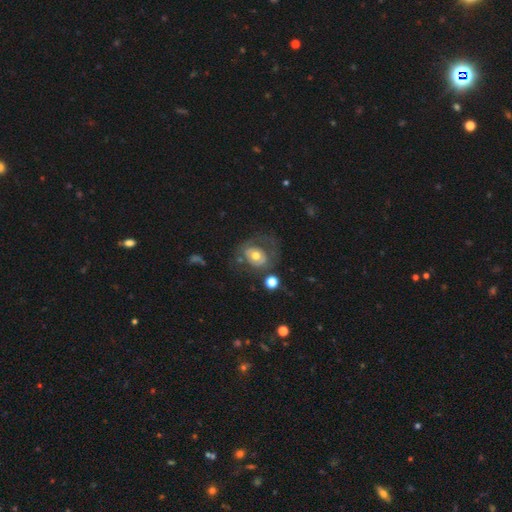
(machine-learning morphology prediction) This appears to be a featured or disk galaxy (51%). Merging: none (50%).